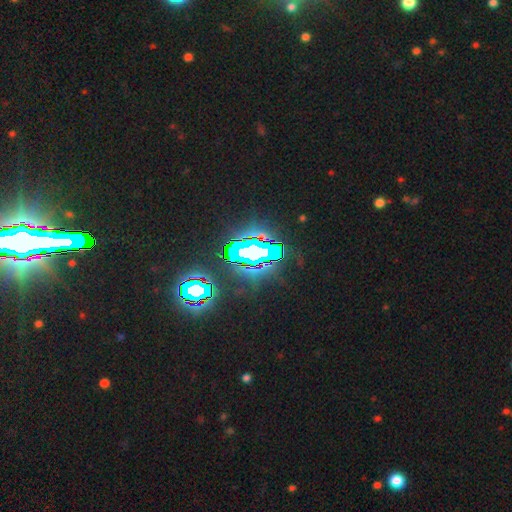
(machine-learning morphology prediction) star or artifact 76%, featured or disk 13%, smooth 11%.